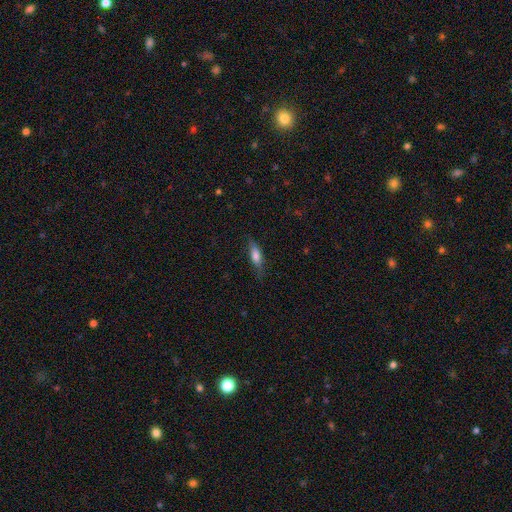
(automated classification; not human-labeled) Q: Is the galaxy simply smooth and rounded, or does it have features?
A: smooth — 71%.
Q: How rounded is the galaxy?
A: cigar-shaped — 50%.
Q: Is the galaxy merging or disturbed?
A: none — 74%.